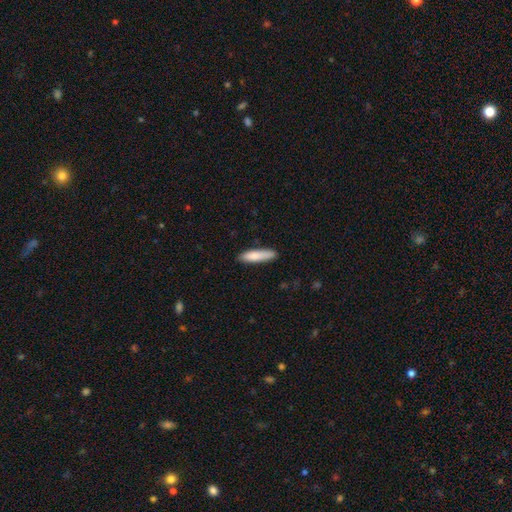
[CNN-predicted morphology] smooth 83%, featured or disk 11%, star or artifact 6%. Down the decision tree: how rounded — cigar-shaped (78%); merging — none (83%).